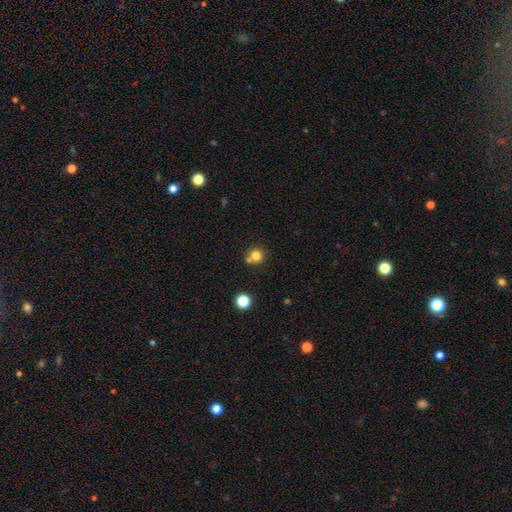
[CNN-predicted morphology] This appears to be a smooth galaxy with no disk features (80%) that is round (93%). Merging: none (68%).